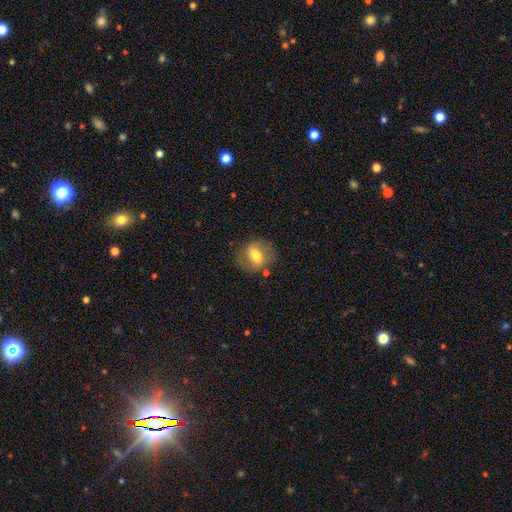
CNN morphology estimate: smooth_or_featured: smooth (p=0.47) [alt: featured or disk p=0.45]
merging: none (p=0.76) [alt: minor disturbance p=0.14]